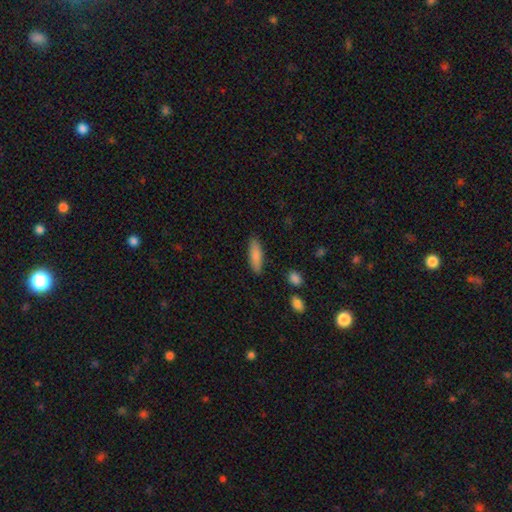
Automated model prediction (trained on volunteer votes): This appears to be a smooth galaxy with no disk features (85%) that is cigar-shaped (51%). Merging: none (85%).